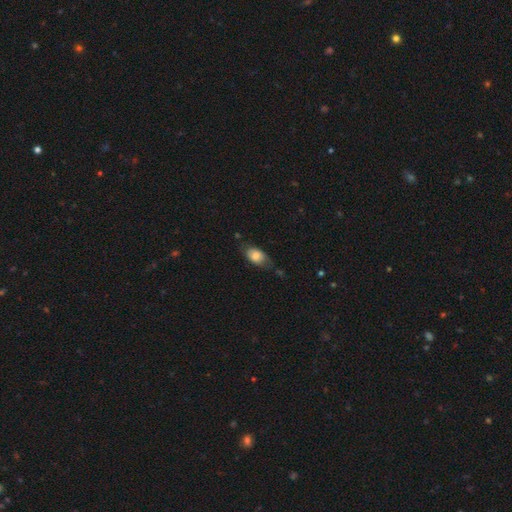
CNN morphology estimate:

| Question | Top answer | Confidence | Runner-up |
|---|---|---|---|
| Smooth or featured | smooth | 75% | featured or disk (18%) |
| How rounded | in between | 87% | round (10%) |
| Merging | none | 56% | minor disturbance (30%) |